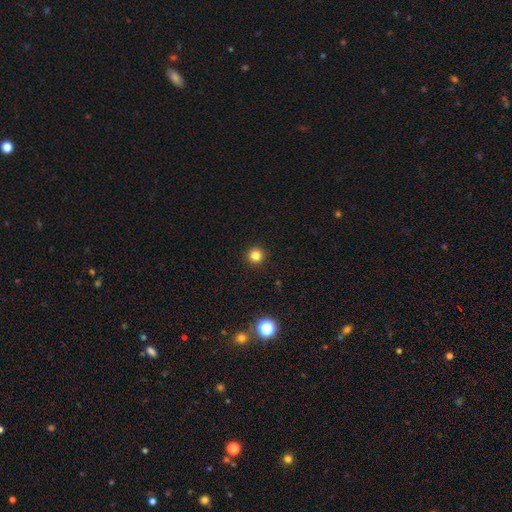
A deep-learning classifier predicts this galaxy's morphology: Smooth or featured? Predicted: smooth (p=0.82). How rounded? Predicted: round (p=0.96). Merging? Predicted: none (p=0.93).